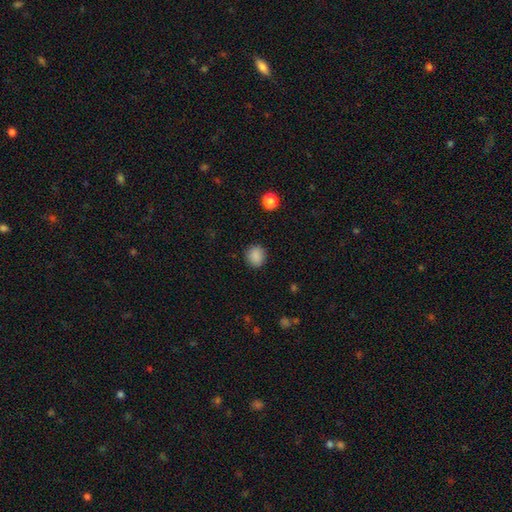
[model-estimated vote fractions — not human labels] Smooth or featured? Predicted: smooth (p=0.88). How rounded? Predicted: round (p=0.79). Merging? Predicted: none (p=0.89).